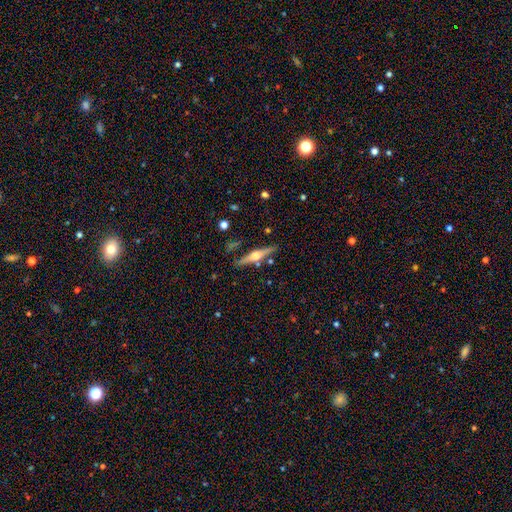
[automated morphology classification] Smooth or featured?
  - featured or disk: 74% *
  - smooth: 20%
  - star or artifact: 6%
Edge-on disk?
  - yes: 97% *
  - no: 3%
Edge-on bulge?
  - rounded: 92% *
  - boxy: 6%
  - none: 2%
Merging?
  - none: 84% *
  - minor disturbance: 10%
  - merger: 4%
  - major disturbance: 2%